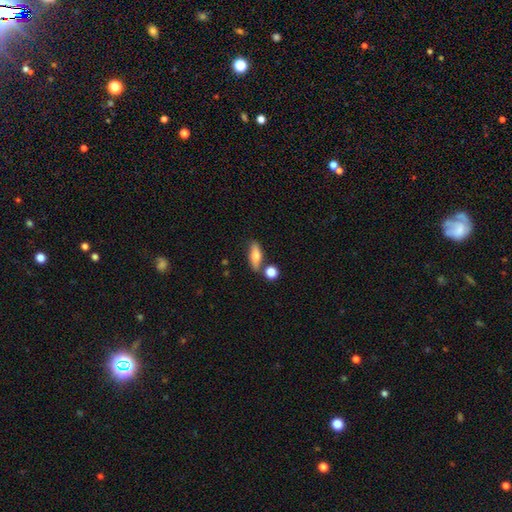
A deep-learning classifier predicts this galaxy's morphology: Overall: smooth (70%). How rounded: in between (61%; cigar-shaped 33%). Merging: none (71%).